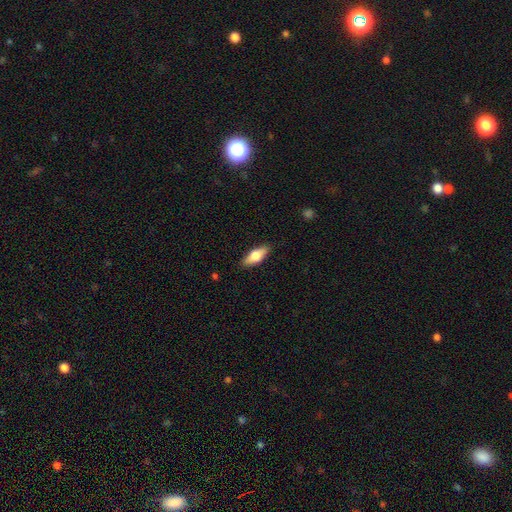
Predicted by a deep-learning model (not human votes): This appears to be a smooth galaxy with no disk features (65%) that is in between round and cigar-shaped (70%). Merging: none (87%).